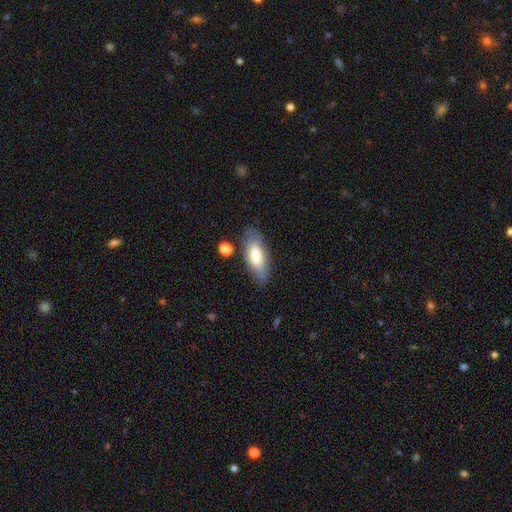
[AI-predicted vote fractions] smooth-or-featured: smooth: 73% | featured or disk: 20% | star or artifact: 6%
  how-rounded: in between: 77% | cigar-shaped: 21% | round: 2%
  merging: none: 74% | minor disturbance: 17% | merger: 5% | major disturbance: 5%